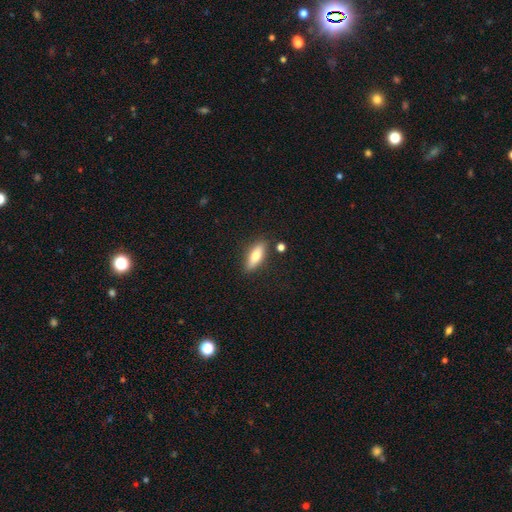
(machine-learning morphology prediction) This appears to be a smooth galaxy with no disk features (72%) that is in between round and cigar-shaped (59%). Merging: none (81%).